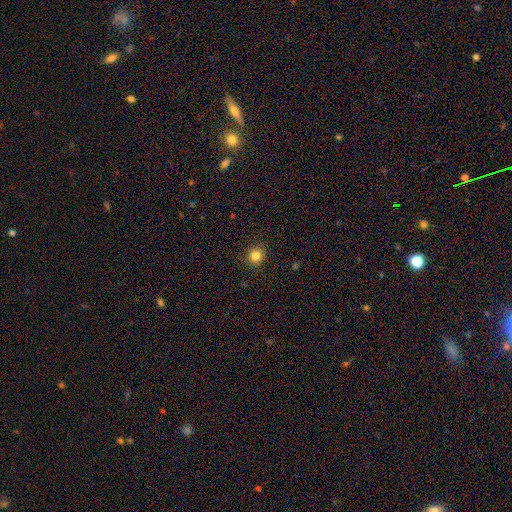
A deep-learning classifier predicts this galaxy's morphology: This appears to be a smooth galaxy with no disk features (83%) that is round (89%). Merging: none (91%).